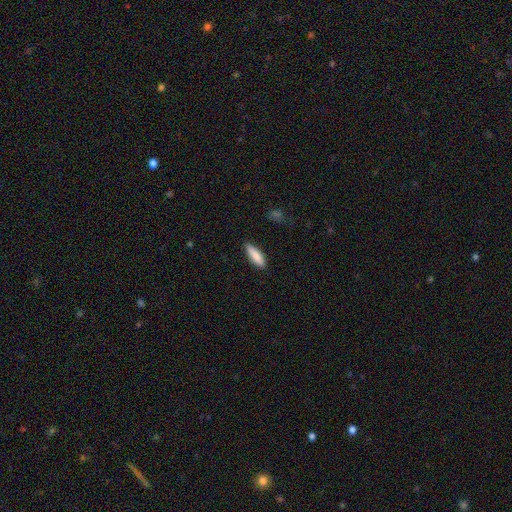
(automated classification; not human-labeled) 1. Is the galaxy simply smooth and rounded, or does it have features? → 87% smooth, 8% featured or disk, 6% star or artifact.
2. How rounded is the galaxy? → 55% cigar-shaped, 43% in between, 2% round.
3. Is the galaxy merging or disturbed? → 87% none, 10% minor disturbance, 2% major disturbance, 1% merger.